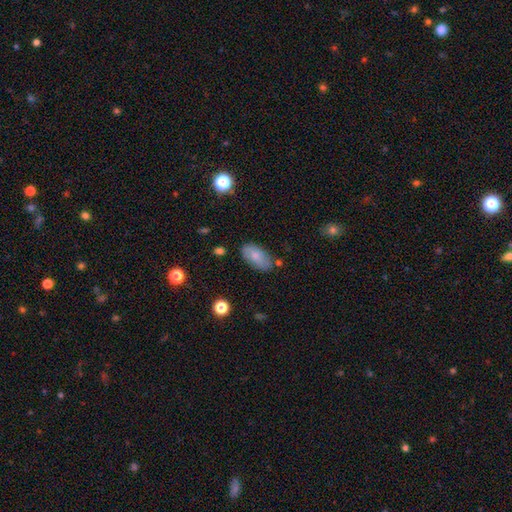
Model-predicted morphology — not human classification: Q: Smooth or featured?
A: smooth (77%); runner-up: featured or disk (16%)
Q: How rounded?
A: in between (93%); runner-up: cigar-shaped (4%)
Q: Merging?
A: none (75%); runner-up: minor disturbance (17%)